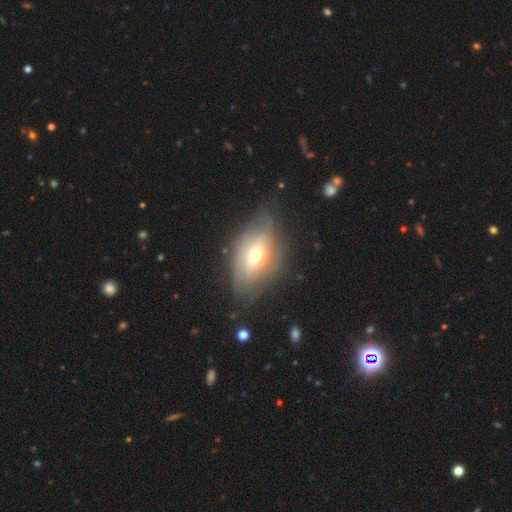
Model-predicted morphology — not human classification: smooth_or_featured: featured or disk (p=0.48) [alt: smooth p=0.44]
merging: none (p=0.60) [alt: minor disturbance p=0.28]